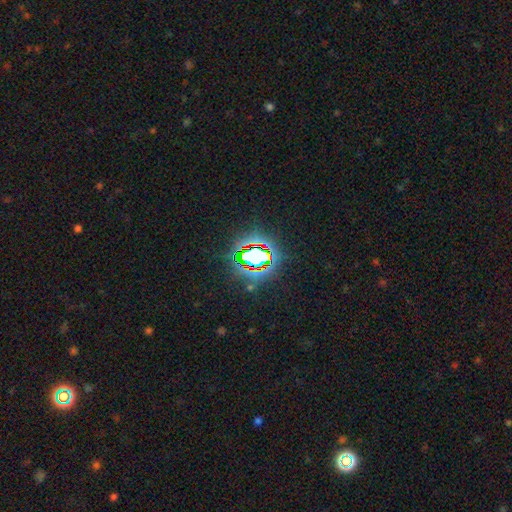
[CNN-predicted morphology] Smooth or featured: star or artifact — 80% (smooth — 12%)